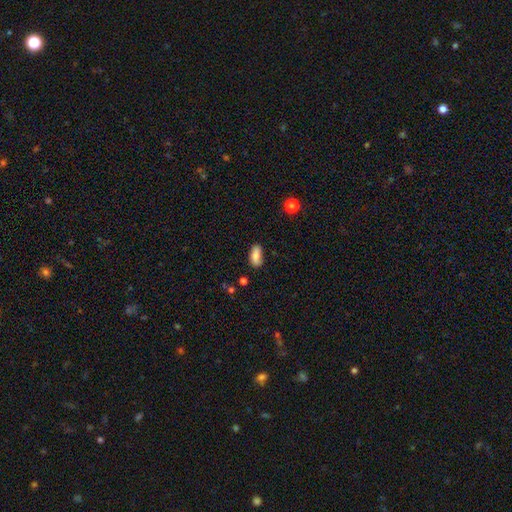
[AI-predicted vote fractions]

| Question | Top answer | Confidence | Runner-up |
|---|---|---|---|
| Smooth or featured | smooth | 81% | featured or disk (12%) |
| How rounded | in between | 87% | cigar-shaped (10%) |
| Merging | none | 81% | minor disturbance (14%) |